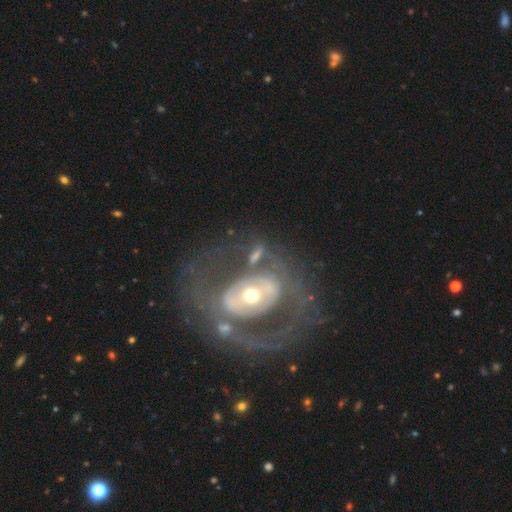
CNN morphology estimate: A featured or disk galaxy (74%) with no bar (54%), spiral arms (56%) and a moderate central bulge (66%).

Vote fractions:
- Smooth or featured? featured or disk: 74% / smooth: 19% / star or artifact: 7%
- Edge-on disk? no: 94% / yes: 6%
- Bar? no: 54% / weak: 25% / strong: 21%
- Spiral arms? yes: 56% / no: 44%
- Bulge size? moderate: 66% / small: 22% / large: 9% / dominant: 2% / none: 1%
- Merging? none: 50% / major disturbance: 22% / minor disturbance: 16% / merger: 11%